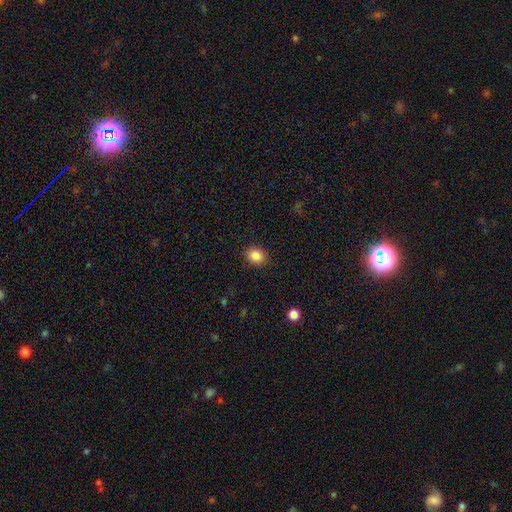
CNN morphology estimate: smooth 87%, star or artifact 9%, featured or disk 4%. Down the decision tree: how rounded — round (55%); merging — none (87%).